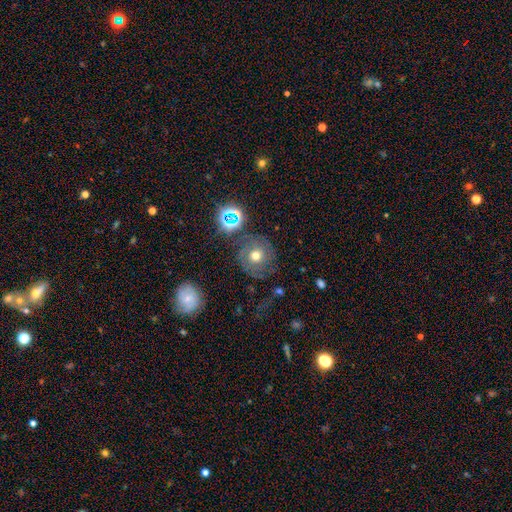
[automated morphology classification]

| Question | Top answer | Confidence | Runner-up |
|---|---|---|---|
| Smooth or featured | smooth | 43% | featured or disk (37%) |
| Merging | none | 70% | minor disturbance (14%) |